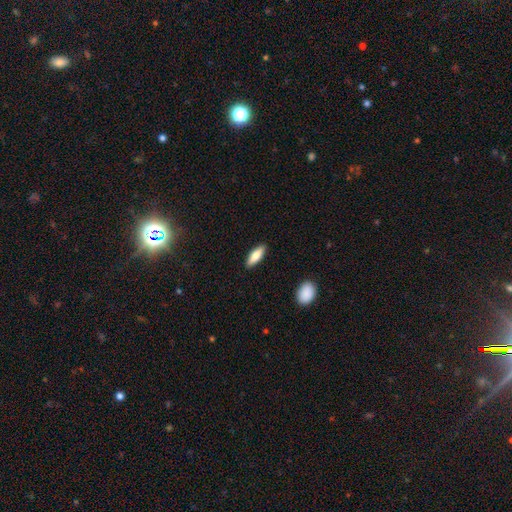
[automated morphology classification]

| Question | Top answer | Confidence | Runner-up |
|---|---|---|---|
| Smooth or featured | smooth | 77% | featured or disk (17%) |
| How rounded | in between | 59% | cigar-shaped (39%) |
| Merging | none | 89% | minor disturbance (8%) |